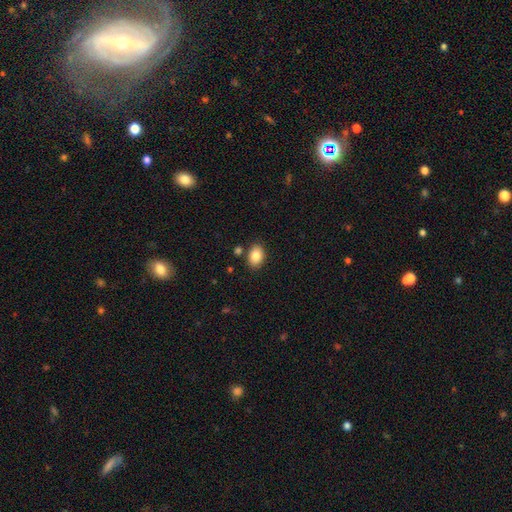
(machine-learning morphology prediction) Smooth or featured? smooth (85%)
How rounded? in between (82%)
Merging? none (84%)